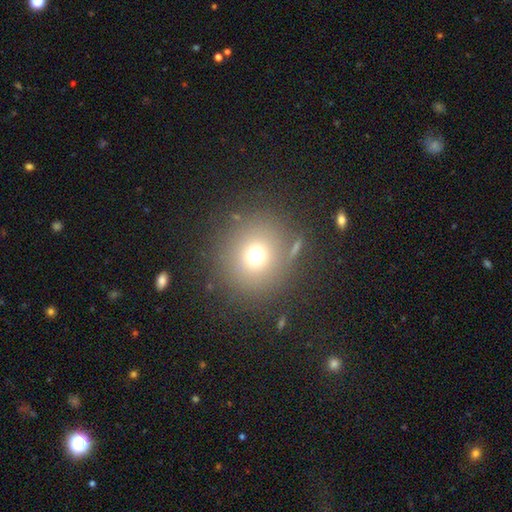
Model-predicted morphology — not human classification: Smooth or featured? smooth (70%)
How rounded? round (90%)
Merging? none (81%)